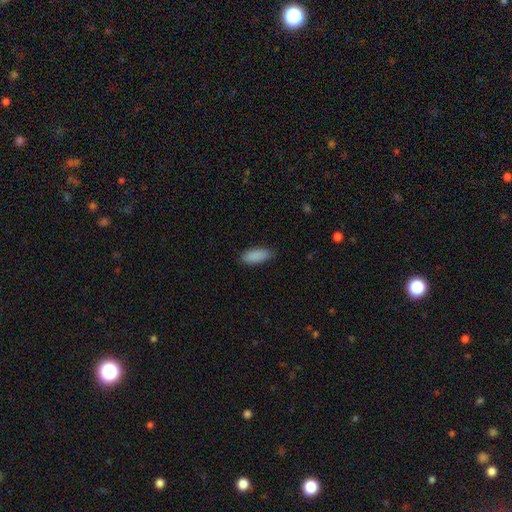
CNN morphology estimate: Q: Smooth or featured?
A: smooth (90%); runner-up: star or artifact (6%)
Q: How rounded?
A: in between (82%); runner-up: cigar-shaped (17%)
Q: Merging?
A: none (83%); runner-up: minor disturbance (14%)